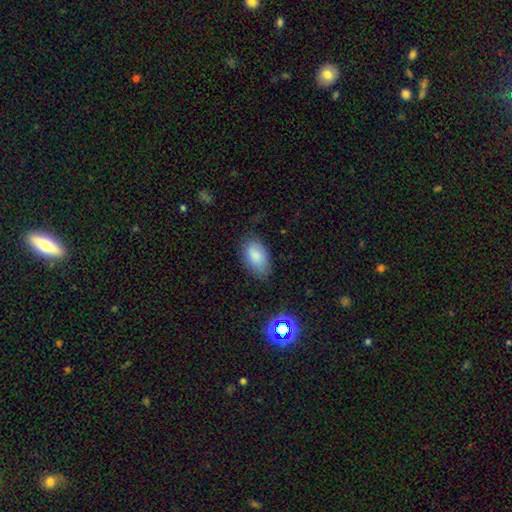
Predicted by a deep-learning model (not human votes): Smooth or featured? smooth (84%)
How rounded? in between (93%)
Merging? none (70%)